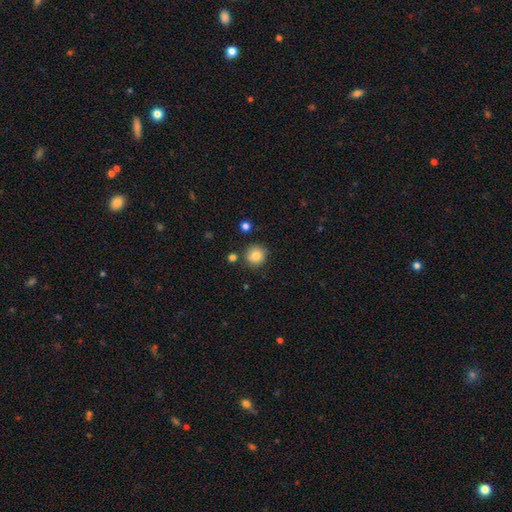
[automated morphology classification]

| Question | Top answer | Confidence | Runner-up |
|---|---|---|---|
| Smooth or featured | smooth | 83% | star or artifact (10%) |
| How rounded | round | 91% | in between (8%) |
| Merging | none | 83% | minor disturbance (9%) |